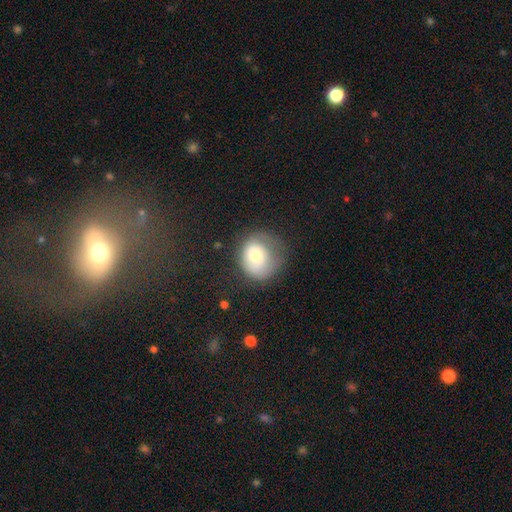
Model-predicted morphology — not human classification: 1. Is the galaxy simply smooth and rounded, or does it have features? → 69% smooth, 22% featured or disk, 9% star or artifact.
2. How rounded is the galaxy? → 68% round, 31% in between, 1% cigar-shaped.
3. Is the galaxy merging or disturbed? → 43% none, 30% minor disturbance, 25% major disturbance, 2% merger.